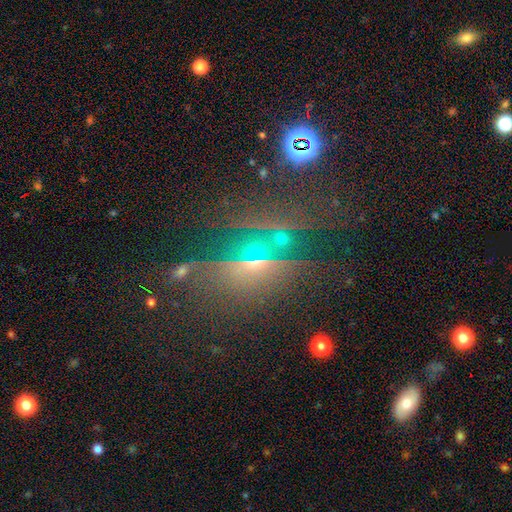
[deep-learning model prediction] A star or artifact, not a galaxy (54%).

Vote fractions:
- Smooth or featured? star or artifact: 54% / smooth: 23% / featured or disk: 23%